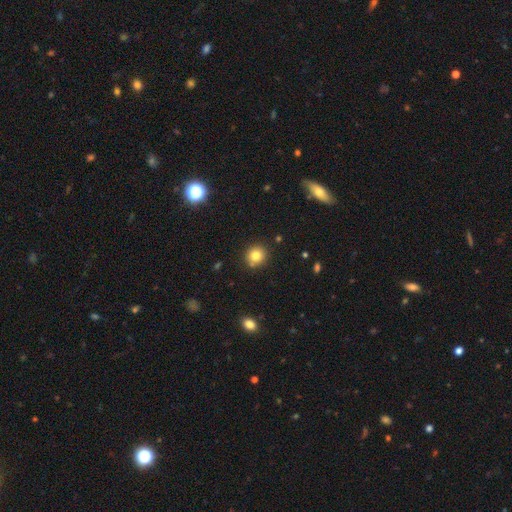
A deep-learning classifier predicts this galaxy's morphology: A smooth galaxy with no disk features (80%) that is round (88%). Merging: none (86%).